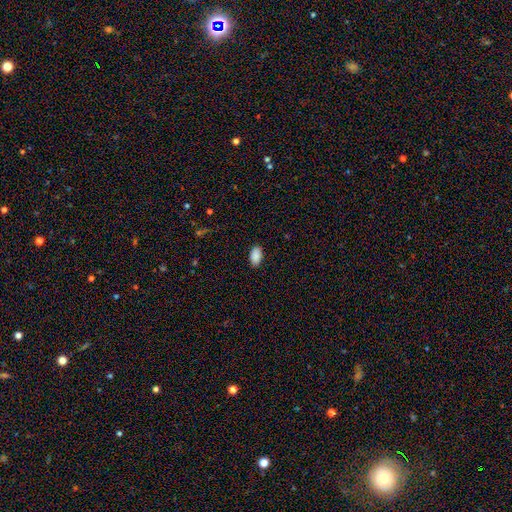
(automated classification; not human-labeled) The model was most divided on "merging": none: 87%, minor disturbance: 10%, major disturbance: 2%, merger: 1%. More confident: how rounded — in between (95%); smooth or featured — smooth (90%).